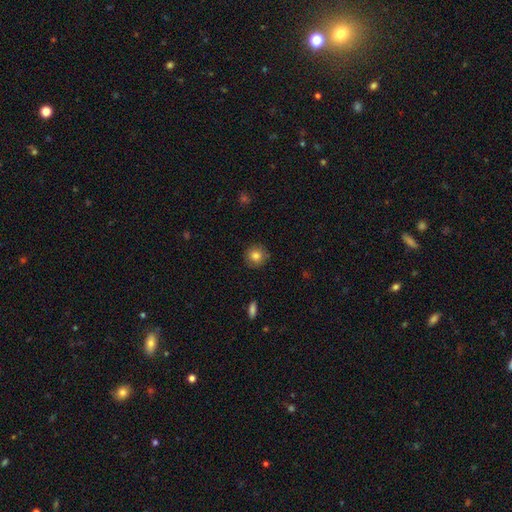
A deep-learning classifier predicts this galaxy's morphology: Smooth or featured? smooth (82%)
How rounded? round (93%)
Merging? none (89%)